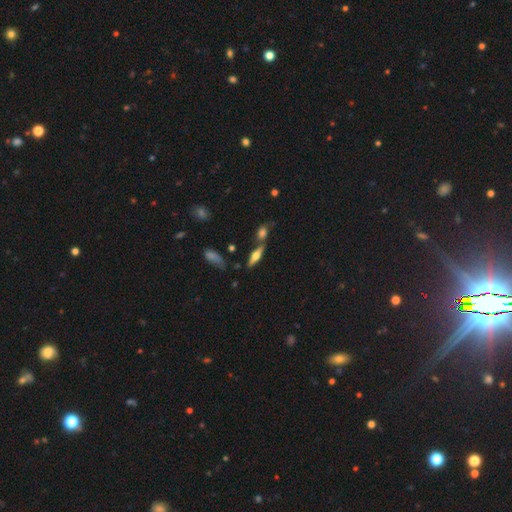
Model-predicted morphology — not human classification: A featured or disk galaxy (50%).

Vote fractions:
- Smooth or featured? featured or disk: 50% / smooth: 42% / star or artifact: 8%
- Merging? none: 62% / merger: 21% / minor disturbance: 13% / major disturbance: 4%